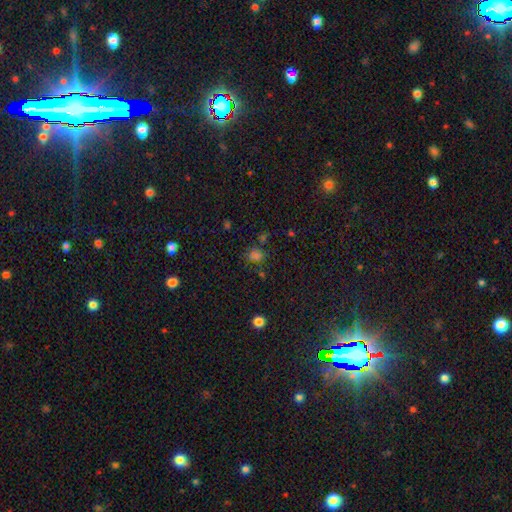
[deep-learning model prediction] This is likely a smooth galaxy (63%). How rounded: possibly round (59%). Merging: likely none (64%).